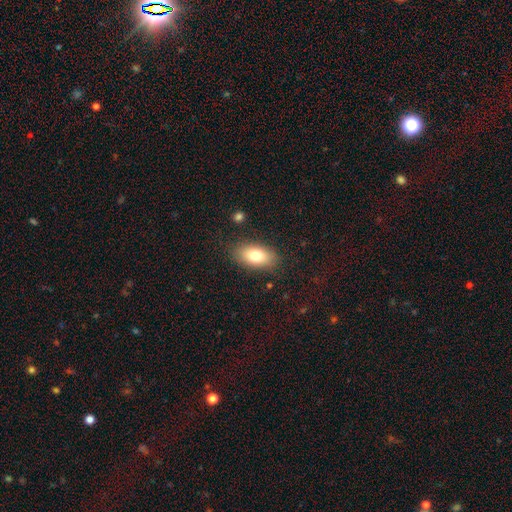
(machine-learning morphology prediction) smooth-or-featured: smooth: 78% | featured or disk: 14% | star or artifact: 8%
  how-rounded: in between: 90% | round: 6% | cigar-shaped: 4%
  merging: none: 84% | minor disturbance: 11% | major disturbance: 3% | merger: 1%